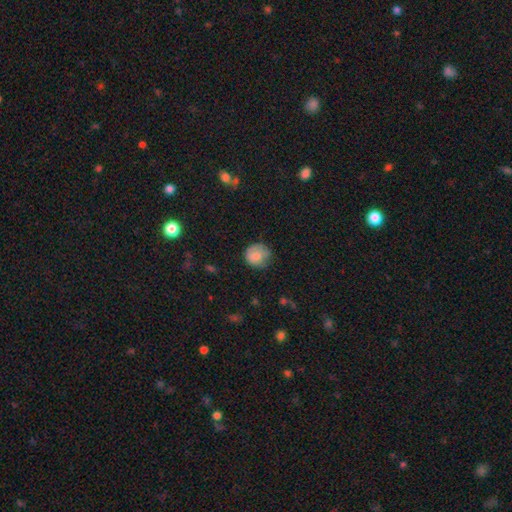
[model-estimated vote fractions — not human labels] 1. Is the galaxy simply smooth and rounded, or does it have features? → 79% smooth, 13% featured or disk, 8% star or artifact.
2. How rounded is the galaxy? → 83% round, 16% in between, 1% cigar-shaped.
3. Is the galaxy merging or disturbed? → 61% none, 28% minor disturbance, 10% major disturbance, 2% merger.